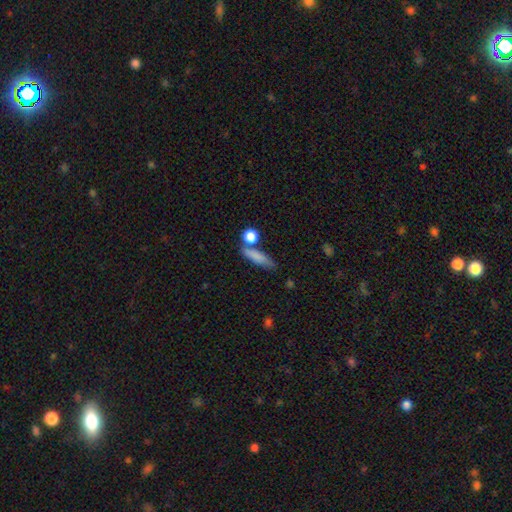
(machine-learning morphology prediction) smooth-or-featured: smooth: 78% | featured or disk: 14% | star or artifact: 8%
  how-rounded: cigar-shaped: 65% | in between: 27% | round: 8%
  merging: none: 66% | minor disturbance: 15% | merger: 14% | major disturbance: 5%